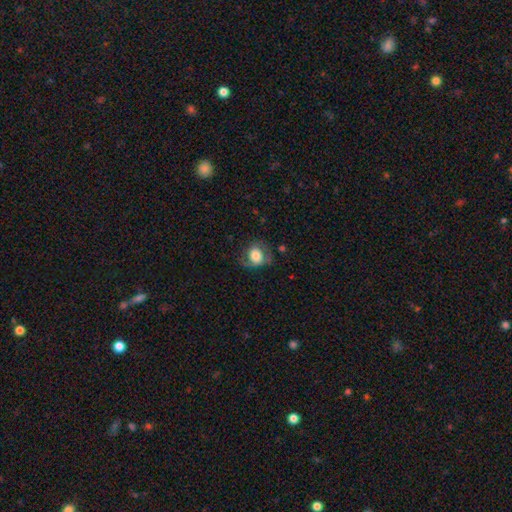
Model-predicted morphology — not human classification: This is likely a smooth galaxy (66%). How rounded: likely round (60%). Merging: possibly none (54%).